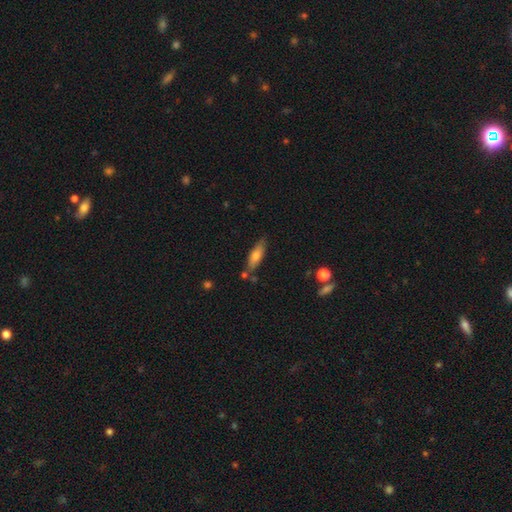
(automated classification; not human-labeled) smooth-or-featured: smooth: 69% | featured or disk: 24% | star or artifact: 7%
  how-rounded: in between: 49% (tied) | cigar-shaped: 49% (tied) | round: 2%
  merging: none: 72% | minor disturbance: 17% | merger: 8% | major disturbance: 4%